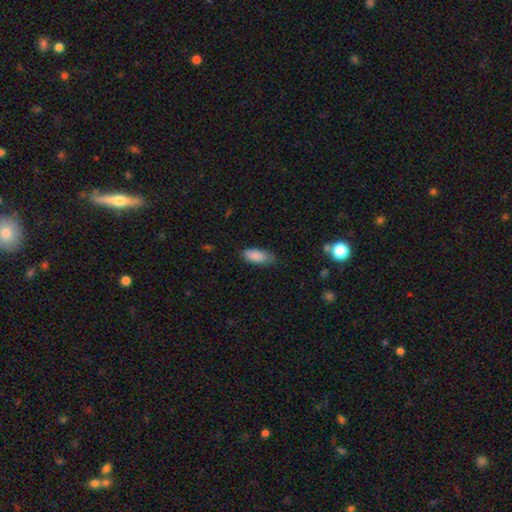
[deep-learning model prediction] Smooth or featured?
  - smooth: 87% *
  - star or artifact: 7%
  - featured or disk: 6%
How rounded?
  - in between: 85% *
  - cigar-shaped: 13%
  - round: 2%
Merging?
  - none: 72% *
  - minor disturbance: 23%
  - major disturbance: 4%
  - merger: 1%